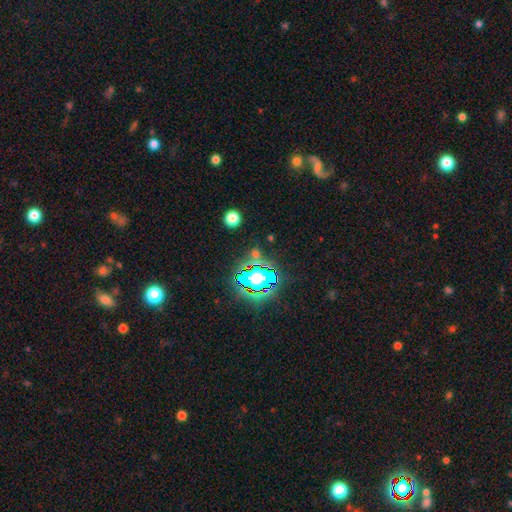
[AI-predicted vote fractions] star or artifact 63%, smooth 22%, featured or disk 16%.